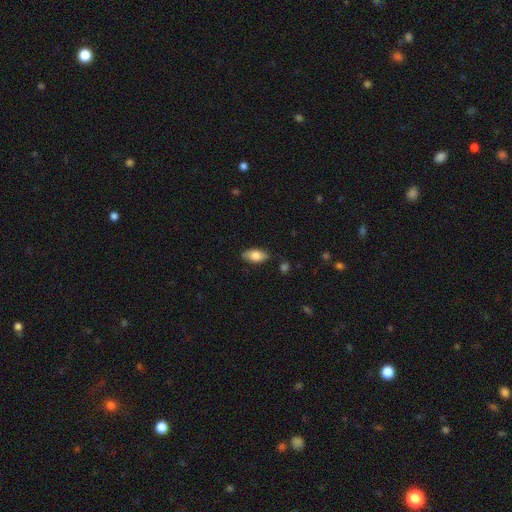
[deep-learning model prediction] Smooth or featured: smooth — 76% (featured or disk — 17%)
How rounded: in between — 89% (cigar-shaped — 7%)
Merging: none — 84% (minor disturbance — 12%)